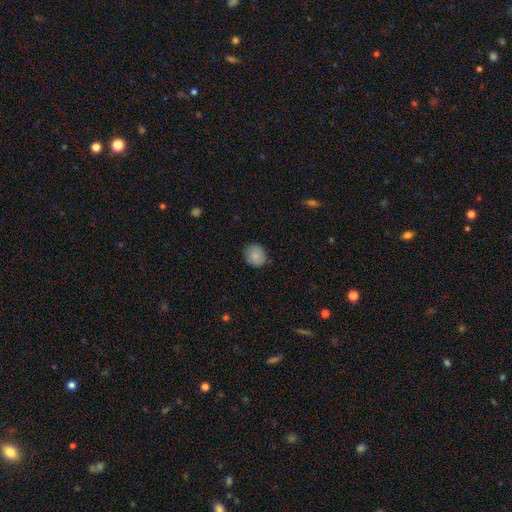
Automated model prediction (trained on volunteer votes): Smooth or featured? Predicted: smooth (p=0.86). How rounded? Predicted: round (p=0.76). Merging? Predicted: none (p=0.82).